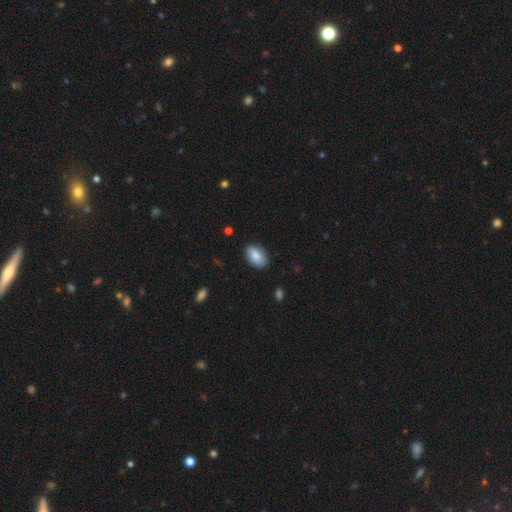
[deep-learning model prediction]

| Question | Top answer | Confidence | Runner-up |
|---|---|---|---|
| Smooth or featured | smooth | 85% | featured or disk (9%) |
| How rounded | in between | 92% | round (6%) |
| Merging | none | 83% | minor disturbance (13%) |